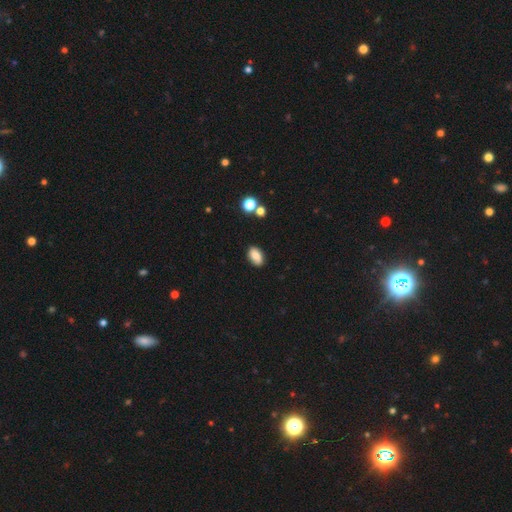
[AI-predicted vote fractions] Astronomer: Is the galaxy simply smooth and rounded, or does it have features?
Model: smooth — 78%.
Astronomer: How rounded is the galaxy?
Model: in between — 90%.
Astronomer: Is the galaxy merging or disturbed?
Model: none — 80%.